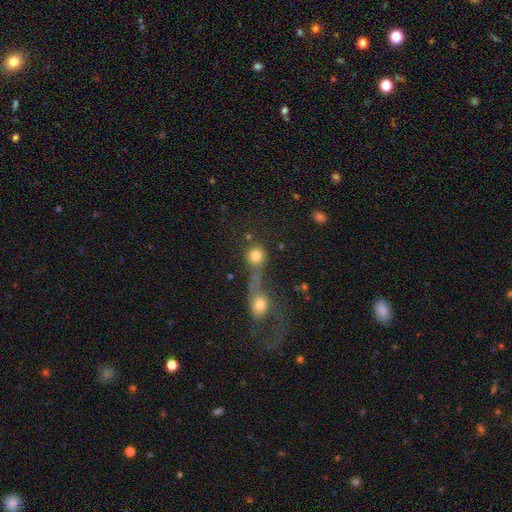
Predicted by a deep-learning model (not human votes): Smooth or featured? smooth (79%)
How rounded? round (87%)
Merging? merger (47%)